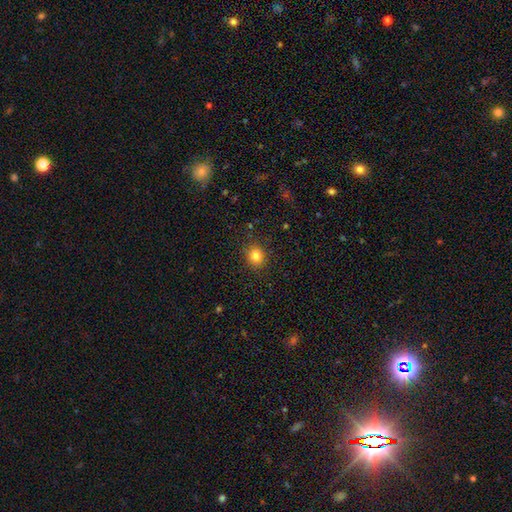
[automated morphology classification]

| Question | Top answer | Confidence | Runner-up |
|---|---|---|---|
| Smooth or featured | smooth | 82% | star or artifact (12%) |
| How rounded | round | 76% | in between (23%) |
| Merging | none | 88% | minor disturbance (8%) |